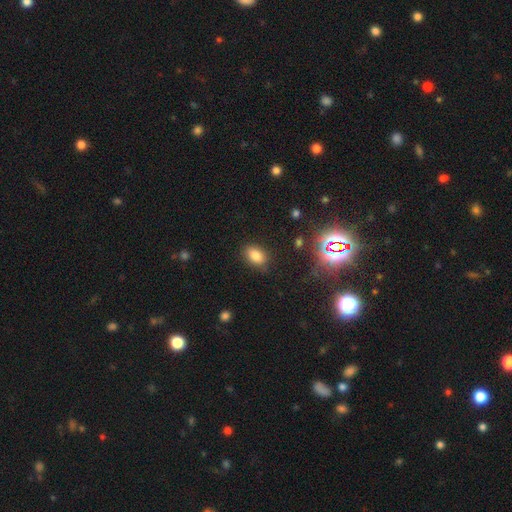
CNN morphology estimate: This appears to be a smooth galaxy with no disk features (80%) that is in between round and cigar-shaped (85%). Merging: none (83%).